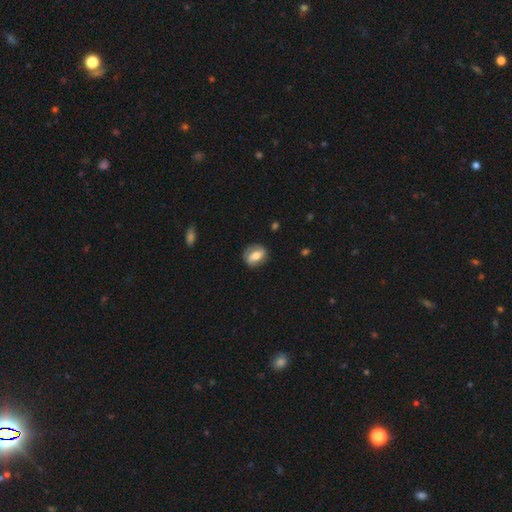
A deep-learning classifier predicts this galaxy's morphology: Q: Smooth or featured?
A: featured or disk (53%); runner-up: smooth (40%)
Q: Edge-on disk?
A: no (94%); runner-up: yes (6%)
Q: Bar?
A: weak (38%); runner-up: strong (35%)
Q: Spiral arms?
A: yes (73%); runner-up: no (27%)
Q: Bulge size?
A: moderate (62%); runner-up: large (20%)
Q: Merging?
A: none (79%); runner-up: minor disturbance (15%)